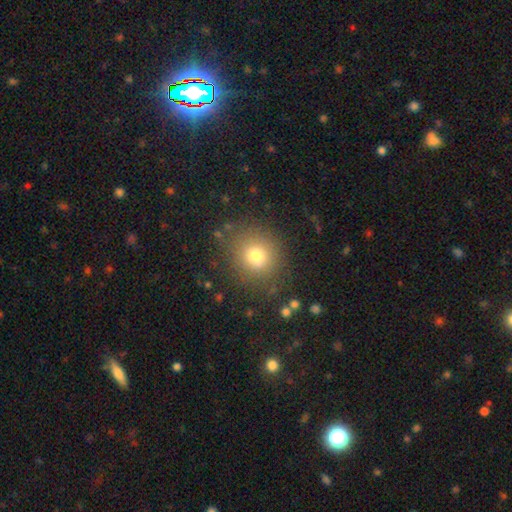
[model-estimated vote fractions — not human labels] Smooth or featured? Predicted: smooth (p=0.74). How rounded? Predicted: round (p=0.84). Merging? Predicted: none (p=0.82).